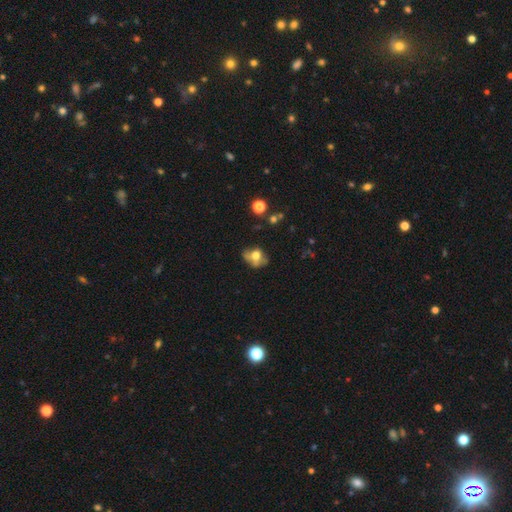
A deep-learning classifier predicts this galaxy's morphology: smooth_or_featured: smooth (p=0.57) [alt: featured or disk p=0.31]
how_rounded: in between (p=0.56) [alt: round p=0.43]
merging: none (p=0.45) [alt: minor disturbance p=0.28]